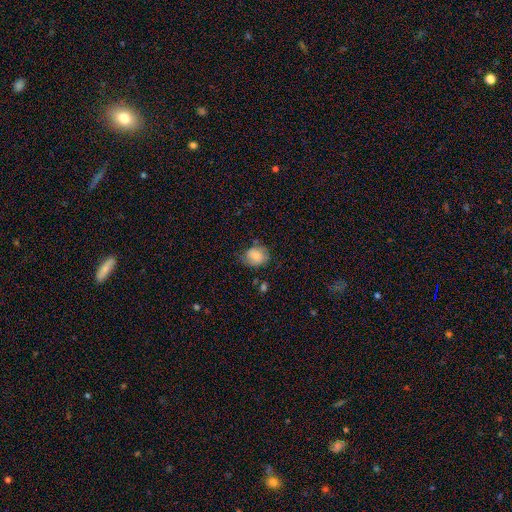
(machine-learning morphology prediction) This is likely a smooth galaxy (75%). How rounded: possibly round (50%). Merging: possibly none (54%).